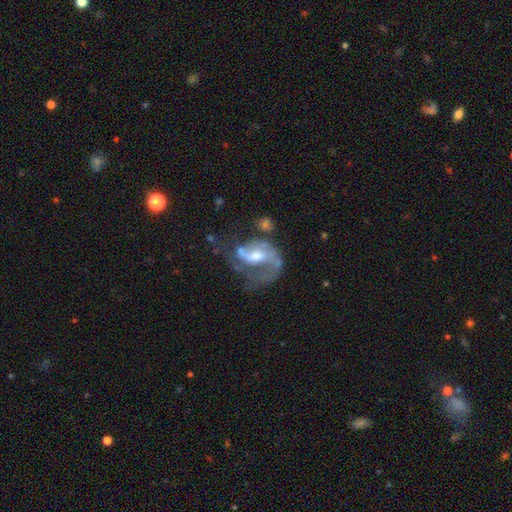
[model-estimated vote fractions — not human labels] This is likely a featured or disk galaxy (77%). It is clearly not viewed edge-on (97%). Bar: possibly weak (46%). Spiral arm pattern: clearly yes (82%). Spiral arm count: marginally 1 (43%). Spiral winding: marginally medium (43%). Central bulge: possibly moderate (59%). Merging: marginally major disturbance (42%).